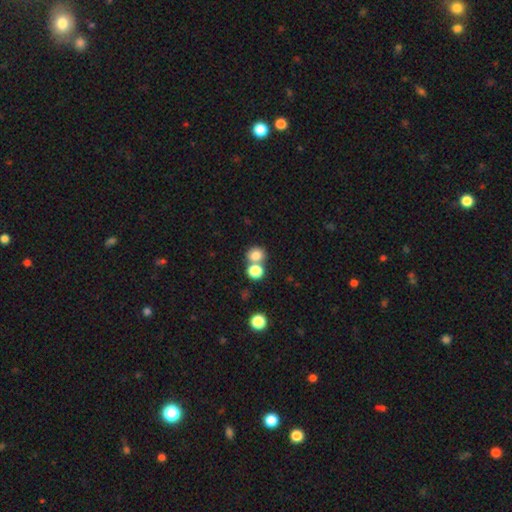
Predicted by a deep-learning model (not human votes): This appears to be a smooth galaxy with no disk features (79%) that is round (76%). Merging: none (53%).